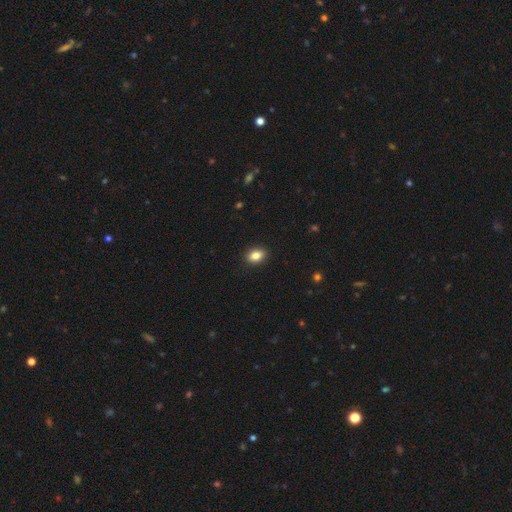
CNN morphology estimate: This is clearly a smooth galaxy (85%). How rounded: likely in between (77%). Merging: clearly none (90%).